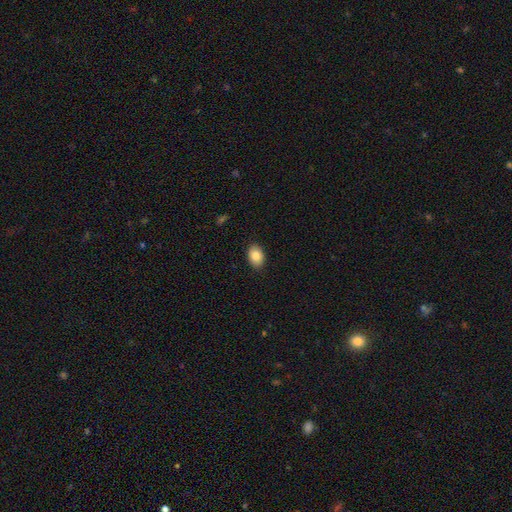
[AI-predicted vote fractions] smooth 85%, star or artifact 8%, featured or disk 8%. Down the decision tree: how rounded — in between (83%); merging — none (89%).